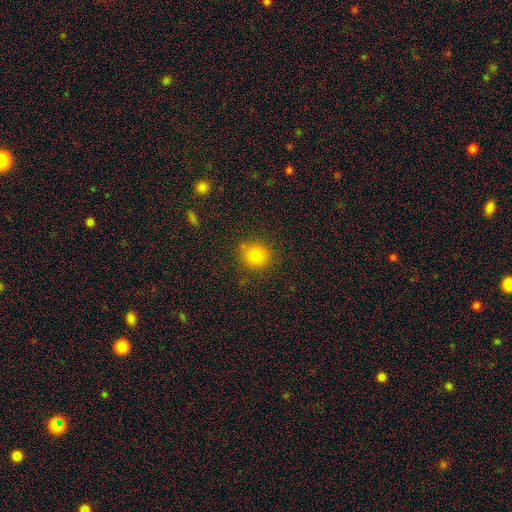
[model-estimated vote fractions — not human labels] Q: Smooth or featured?
A: smooth (82%); runner-up: star or artifact (12%)
Q: How rounded?
A: round (85%); runner-up: in between (15%)
Q: Merging?
A: none (83%); runner-up: minor disturbance (11%)